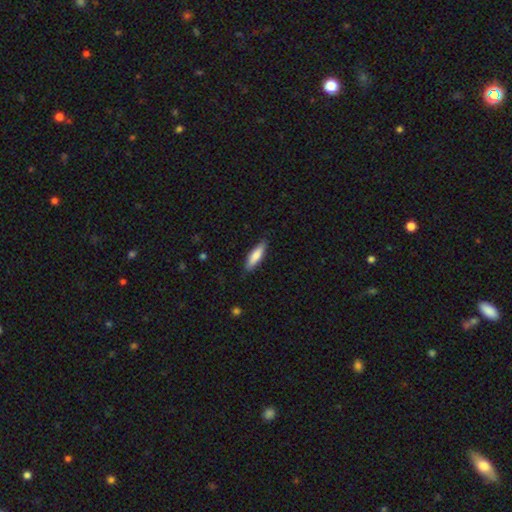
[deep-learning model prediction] Morphology: type=smooth (79%); roundness=cigar-shaped (65%); merging=none (86%).